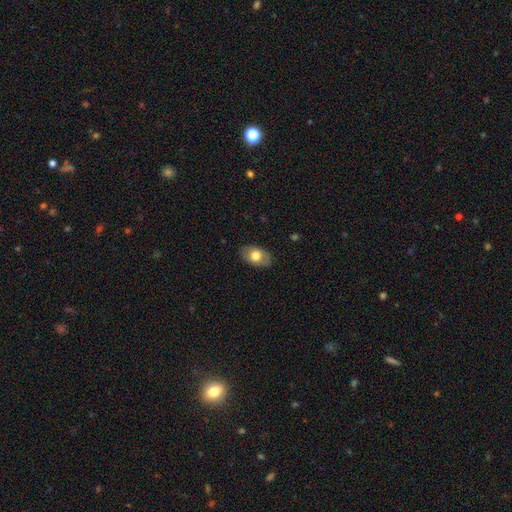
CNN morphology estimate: Overall: smooth (68%). How rounded: in between (89%). Merging: none (85%).